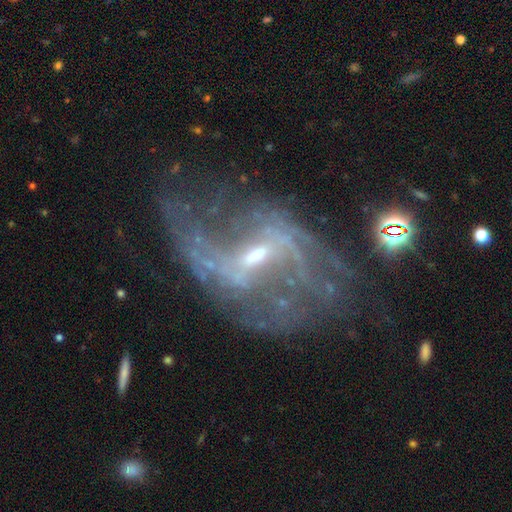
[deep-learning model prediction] smooth-or-featured: featured or disk: 88% | star or artifact: 7% | smooth: 5%
  disk-edge-on: no: 95% | yes: 5%
    bar: weak: 44% | strong: 42% | no: 14%
    has-spiral-arms: yes: 91% | no: 9%
      spiral-winding: loose: 51% | medium: 35% | tight: 14%
      spiral-arm-count: 2: 74% | can't tell: 11% | 3: 5% | 1: 4% | 4: 3% | more than 4: 3%
    bulge-size: small: 60% | moderate: 33% | none: 4% | large: 2% | dominant: 1%
  merging: none: 52% | major disturbance: 24% | minor disturbance: 20% | merger: 4%